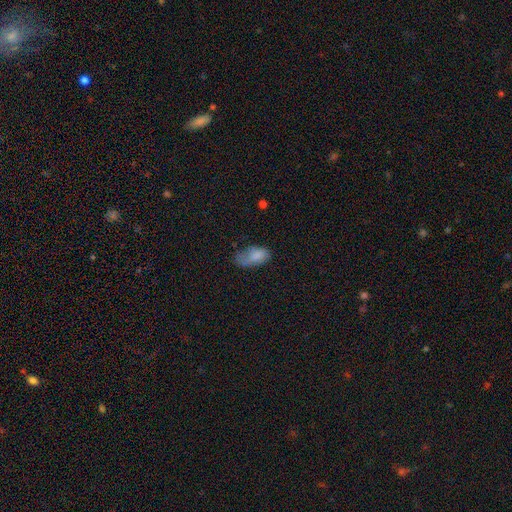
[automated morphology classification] This is likely a smooth galaxy (79%). How rounded: clearly in between (93%). Merging: marginally minor disturbance (38%).